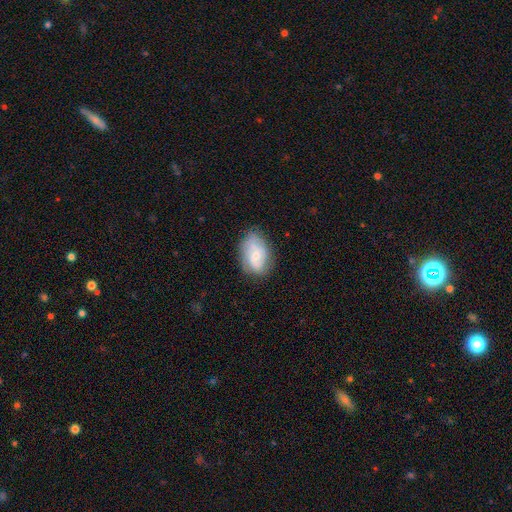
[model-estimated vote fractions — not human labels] Morphology: type=featured or disk (54%); edge-on=no (96%); bar=no (55%); spiral arms=yes (80%); bulge=small (57%); merging=none (71%).